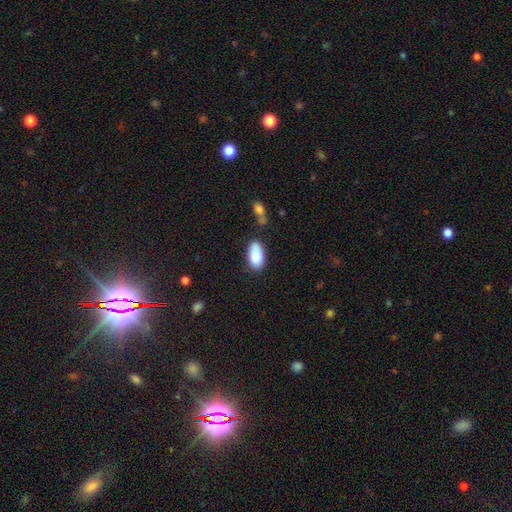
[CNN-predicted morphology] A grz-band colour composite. It shows a smooth galaxy with no disk features (86%) that is in between round and cigar-shaped (94%). Merging: none (72%).